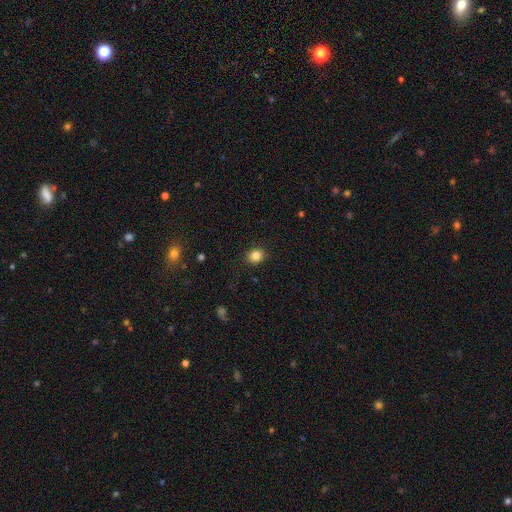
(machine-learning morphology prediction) The model was most divided on "how rounded": round: 68%, in between: 31%, cigar-shaped: 1%. More confident: merging — none (88%); smooth or featured — smooth (84%).